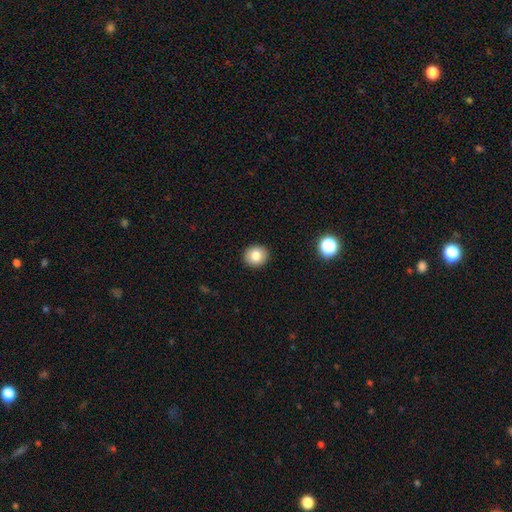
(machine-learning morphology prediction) Smooth or featured? smooth (80%)
How rounded? round (85%)
Merging? none (92%)